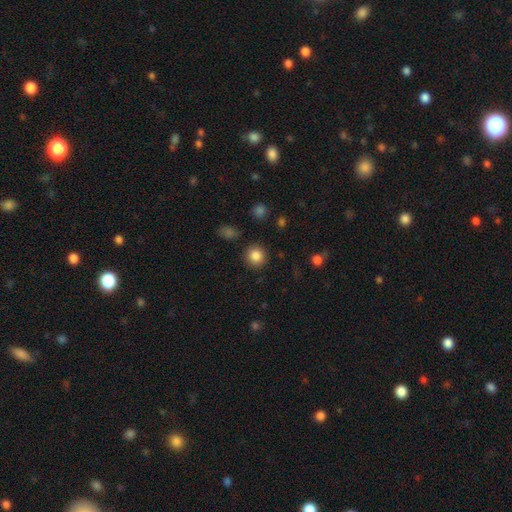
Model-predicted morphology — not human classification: A smooth galaxy with no disk features (85%) that is round (92%). Merging: none (90%).